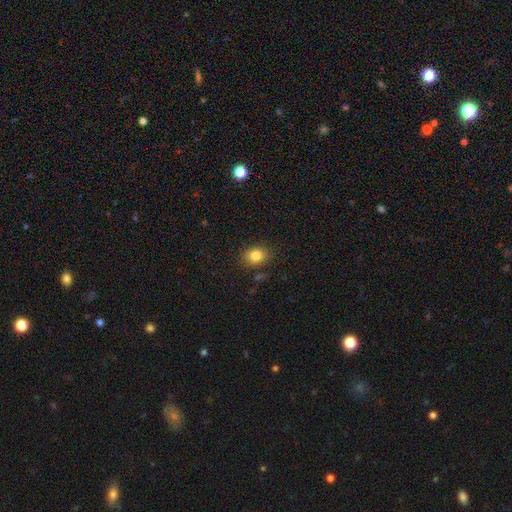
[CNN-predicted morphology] type=smooth (81%); roundness=round (53%); merging=none (84%).